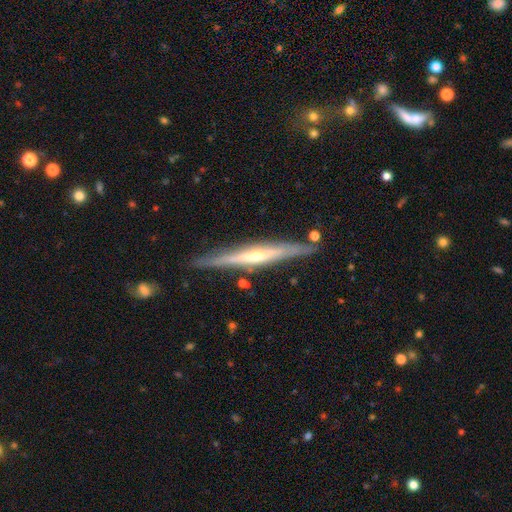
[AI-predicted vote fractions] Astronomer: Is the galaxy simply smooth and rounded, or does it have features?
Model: featured or disk — 76%.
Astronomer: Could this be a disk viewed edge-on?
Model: yes — 96%.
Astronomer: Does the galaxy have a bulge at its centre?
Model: rounded — 68%.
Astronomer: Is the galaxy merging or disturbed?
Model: none — 85%.